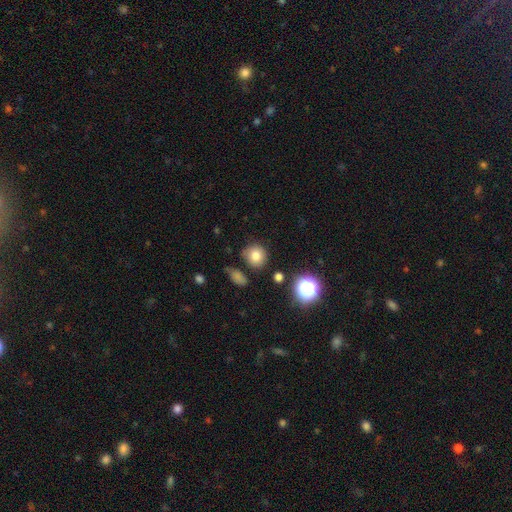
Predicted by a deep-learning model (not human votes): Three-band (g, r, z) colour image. It shows a smooth galaxy with no disk features (79%) that is round (86%). Merging: none (79%).